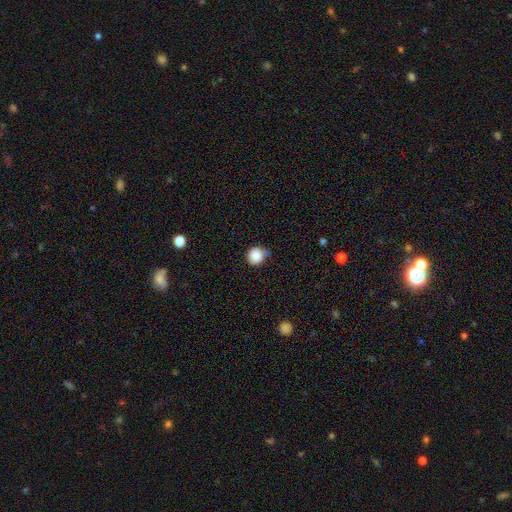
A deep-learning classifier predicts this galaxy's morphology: smooth-or-featured: smooth: 86% | star or artifact: 9% | featured or disk: 4%
  how-rounded: round: 90% | in between: 9% | cigar-shaped: 1%
  merging: none: 64% | minor disturbance: 28% | major disturbance: 5% | merger: 3%